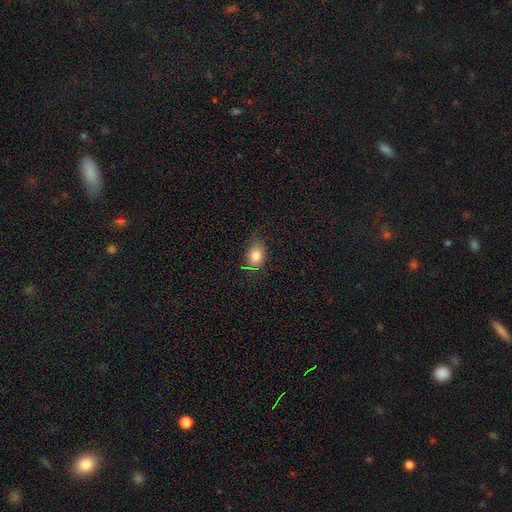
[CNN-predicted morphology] Q: Smooth or featured?
A: smooth (80%); runner-up: star or artifact (11%)
Q: How rounded?
A: in between (71%); runner-up: round (27%)
Q: Merging?
A: none (73%); runner-up: minor disturbance (20%)